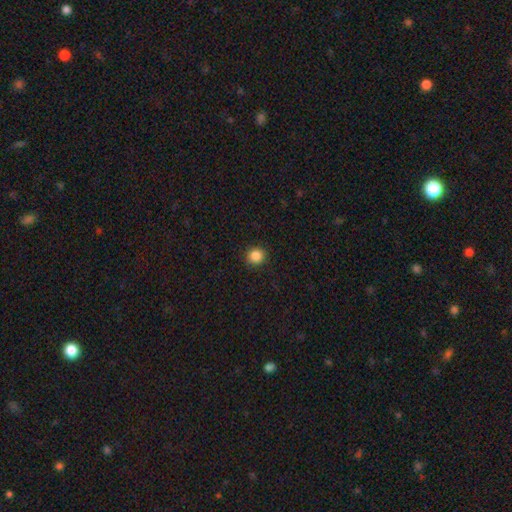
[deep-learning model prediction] A smooth galaxy with no disk features (86%) that is round (93%).

Vote fractions:
- Smooth or featured? smooth: 86% / star or artifact: 11% / featured or disk: 3%
- How rounded? round: 93% / in between: 7% / cigar-shaped: 1%
- Merging? none: 92% / minor disturbance: 6% / major disturbance: 2% / merger: 1%